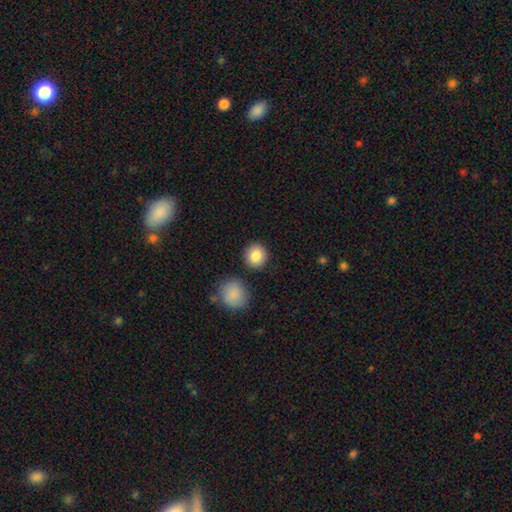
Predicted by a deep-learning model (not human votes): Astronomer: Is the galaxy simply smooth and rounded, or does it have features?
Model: smooth — 86%.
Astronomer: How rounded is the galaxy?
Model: round — 91%.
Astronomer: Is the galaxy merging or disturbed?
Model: none — 86%.